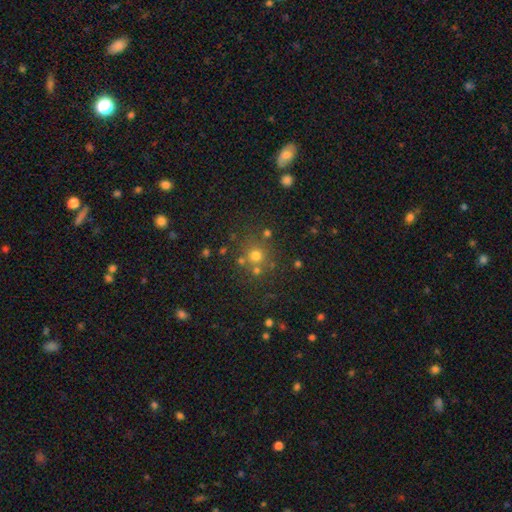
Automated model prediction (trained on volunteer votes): smooth-or-featured: smooth: 68% | star or artifact: 22% | featured or disk: 9%
  how-rounded: round: 92% | in between: 7% | cigar-shaped: 1%
  merging: none: 75% | merger: 11% | minor disturbance: 9% | major disturbance: 4%